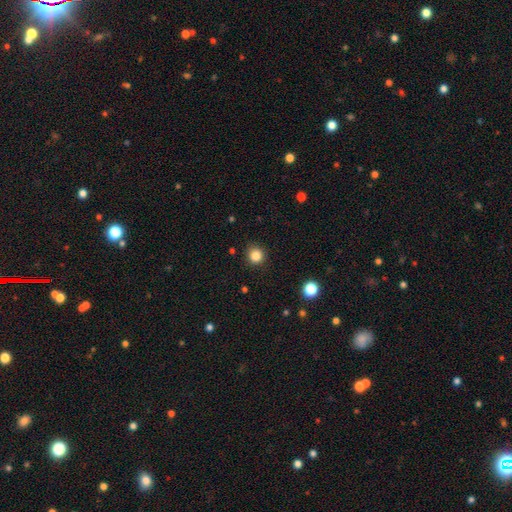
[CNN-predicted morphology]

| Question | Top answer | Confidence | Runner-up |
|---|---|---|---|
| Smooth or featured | smooth | 84% | star or artifact (12%) |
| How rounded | round | 92% | in between (7%) |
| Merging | none | 89% | minor disturbance (7%) |